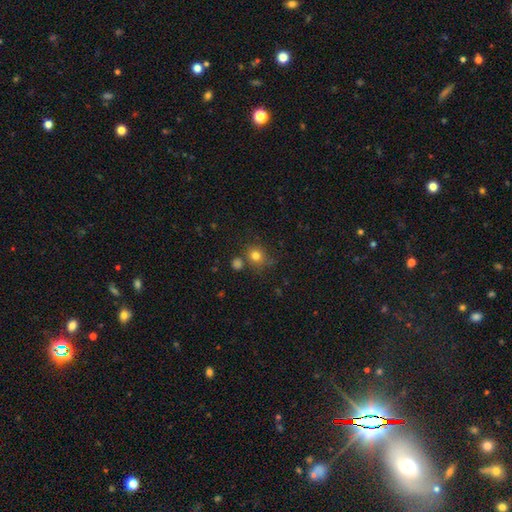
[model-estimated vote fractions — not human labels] This is likely a smooth galaxy (78%). How rounded: clearly round (85%). Merging: likely none (68%).